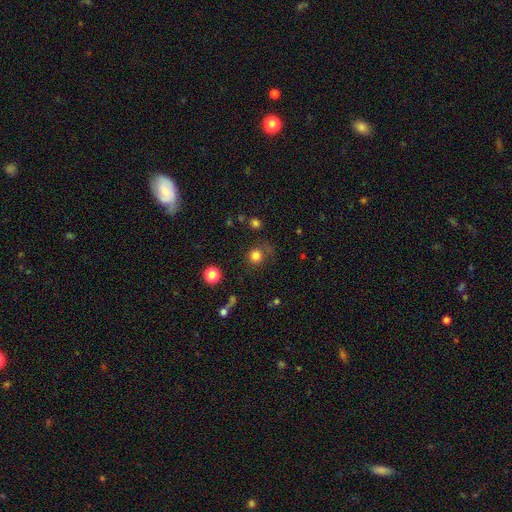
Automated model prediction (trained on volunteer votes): Q: Smooth or featured?
A: smooth (79%); runner-up: star or artifact (15%)
Q: How rounded?
A: round (90%); runner-up: in between (9%)
Q: Merging?
A: none (72%); runner-up: minor disturbance (15%)